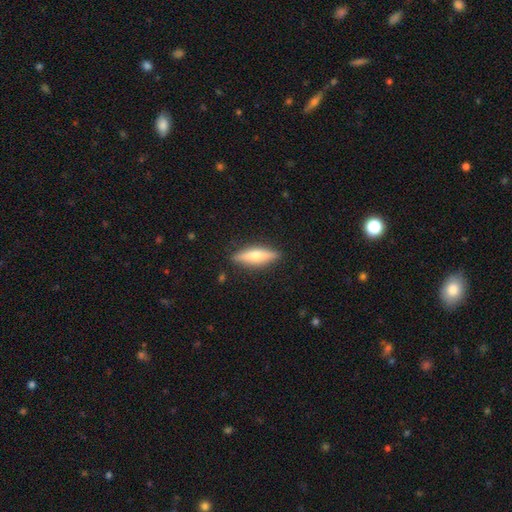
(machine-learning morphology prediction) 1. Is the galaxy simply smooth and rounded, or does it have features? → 48% featured or disk, 46% smooth, 6% star or artifact.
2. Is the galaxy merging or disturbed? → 88% none, 8% minor disturbance, 2% major disturbance, 1% merger.